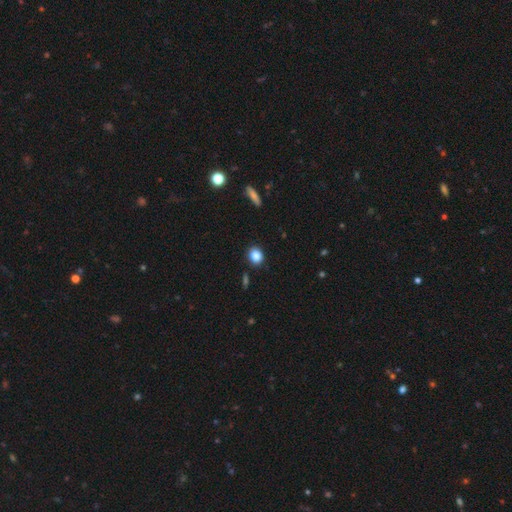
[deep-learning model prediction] Smooth or featured? Predicted: smooth (p=0.85). How rounded? Predicted: round (p=0.69). Merging? Predicted: none (p=0.89).